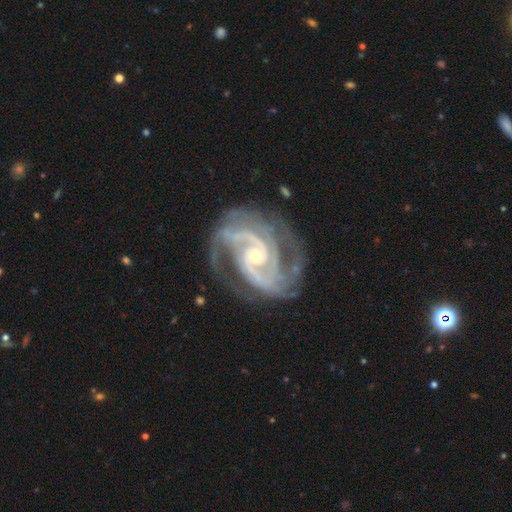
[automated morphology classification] This appears to be a featured or disk galaxy (93%) with no bar (51%), 2 (61%) medium (47%) spiral arms (99%) and a small central bulge (64%). Merging: none (70%).